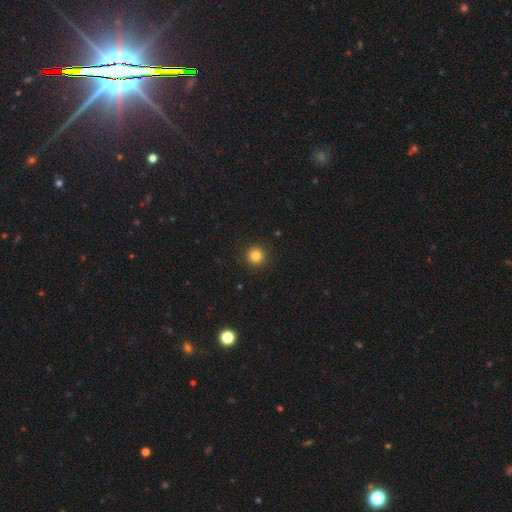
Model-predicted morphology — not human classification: A smooth galaxy with no disk features (83%) that is round (95%).

Vote fractions:
- Smooth or featured? smooth: 83% / star or artifact: 12% / featured or disk: 5%
- How rounded? round: 95% / in between: 4% / cigar-shaped: 1%
- Merging? none: 92% / minor disturbance: 5% / major disturbance: 2% / merger: 1%